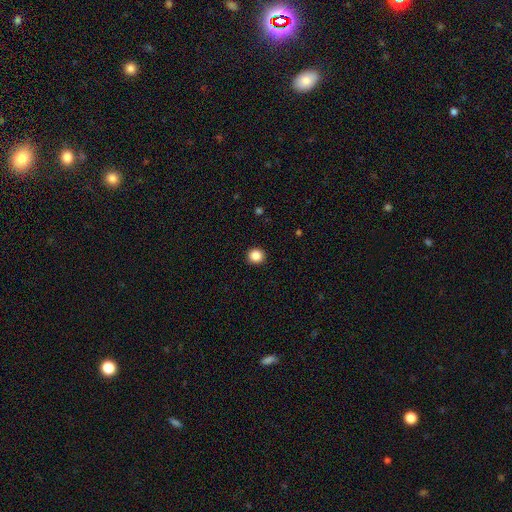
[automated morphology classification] Smooth or featured: smooth — 87% (star or artifact — 10%)
How rounded: round — 92% (in between — 7%)
Merging: none — 93% (minor disturbance — 5%)